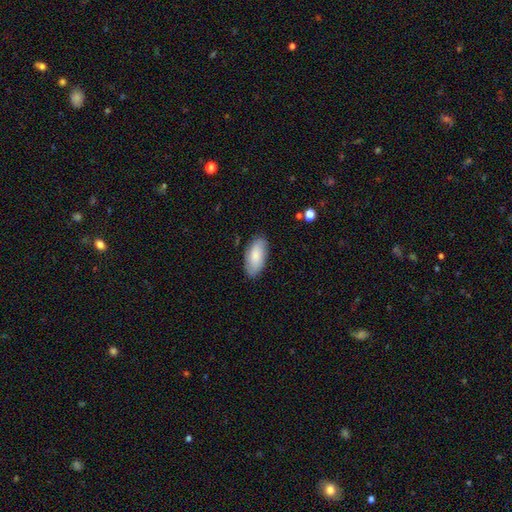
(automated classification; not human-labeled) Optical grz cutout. It shows a smooth galaxy with no disk features (80%) that is in between round and cigar-shaped (91%). Merging: none (84%).